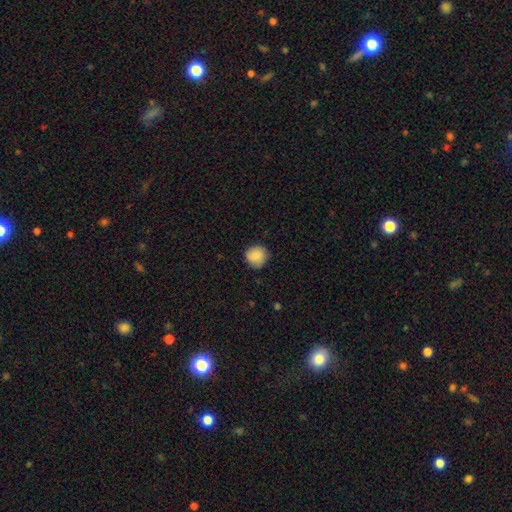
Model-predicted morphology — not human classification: smooth_or_featured: smooth (p=0.86) [alt: star or artifact p=0.07]
how_rounded: round (p=0.90) [alt: in between p=0.09]
merging: none (p=0.82) [alt: minor disturbance p=0.14]